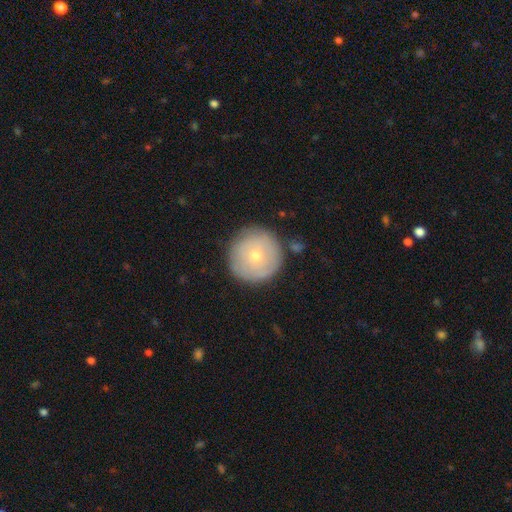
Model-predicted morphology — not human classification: type=smooth (63%); roundness=round (96%); merging=none (84%).